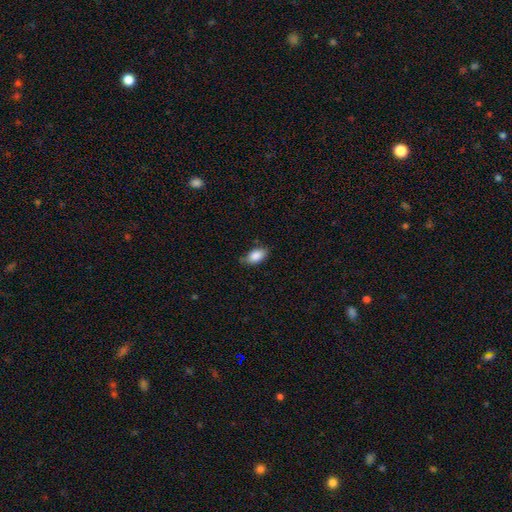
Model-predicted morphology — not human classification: Q: Smooth or featured?
A: smooth (88%); runner-up: star or artifact (7%)
Q: How rounded?
A: in between (92%); runner-up: round (5%)
Q: Merging?
A: none (72%); runner-up: minor disturbance (22%)